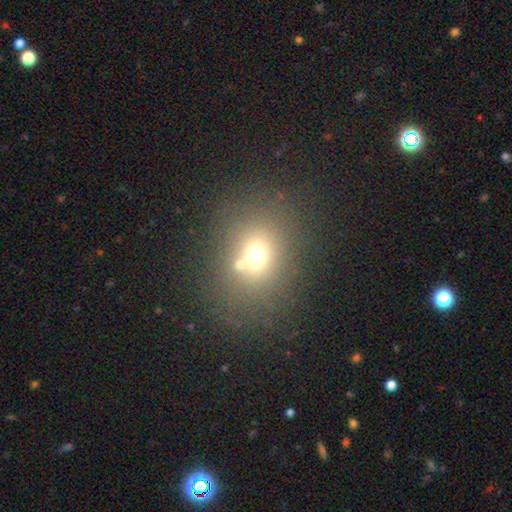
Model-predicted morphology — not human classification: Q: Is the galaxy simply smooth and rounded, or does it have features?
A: smooth — 65%.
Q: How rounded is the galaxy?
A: round — 61%.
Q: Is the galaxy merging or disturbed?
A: none — 65%.